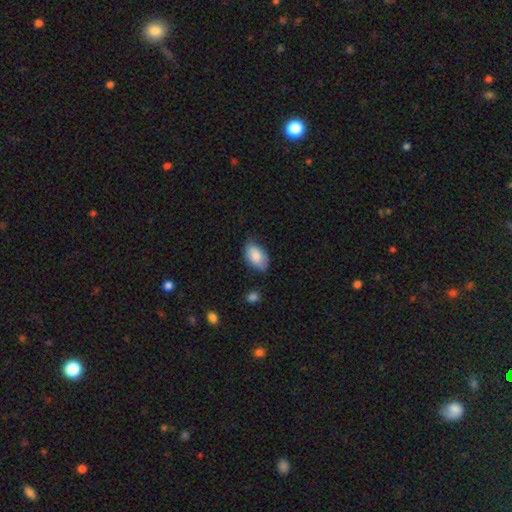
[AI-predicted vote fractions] Smooth or featured: smooth — 84% (featured or disk — 10%)
How rounded: in between — 94% (round — 5%)
Merging: none — 70% (minor disturbance — 24%)